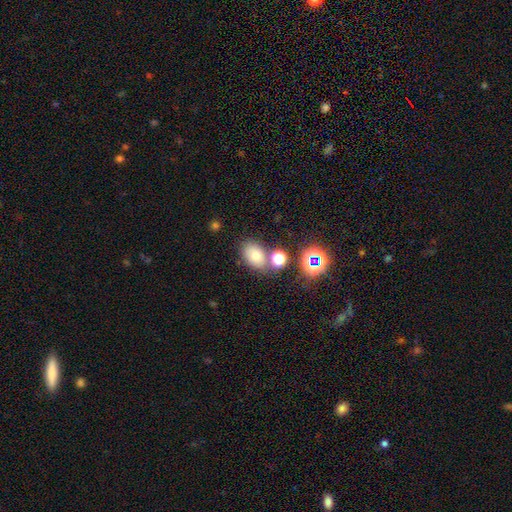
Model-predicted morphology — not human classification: Q: Smooth or featured?
A: smooth (69%); runner-up: star or artifact (17%)
Q: How rounded?
A: in between (75%); runner-up: round (24%)
Q: Merging?
A: none (67%); runner-up: merger (16%)